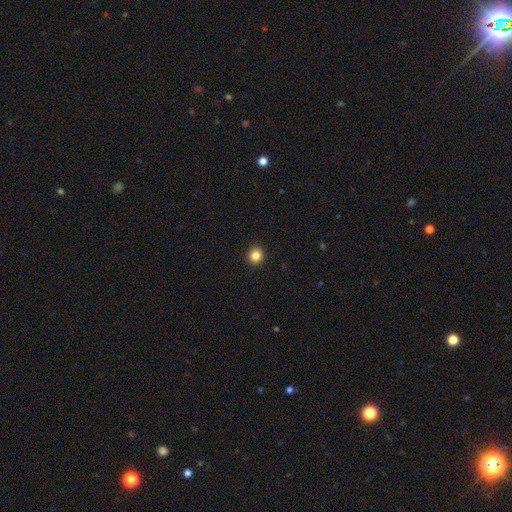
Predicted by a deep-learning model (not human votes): smooth 84%, star or artifact 11%, featured or disk 4%. Down the decision tree: how rounded — round (89%); merging — none (93%).